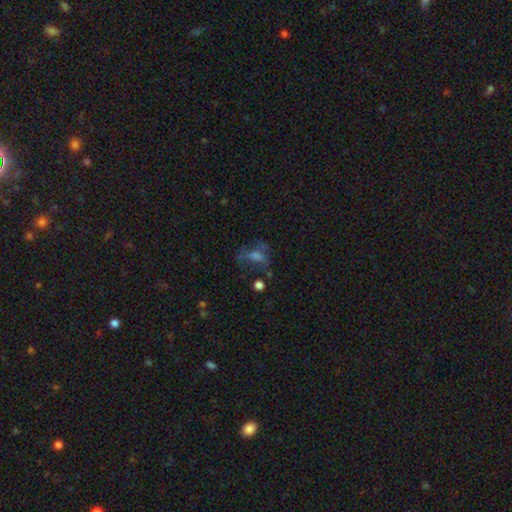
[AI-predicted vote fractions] Smooth or featured? featured or disk (39%)
Merging? none (45%)